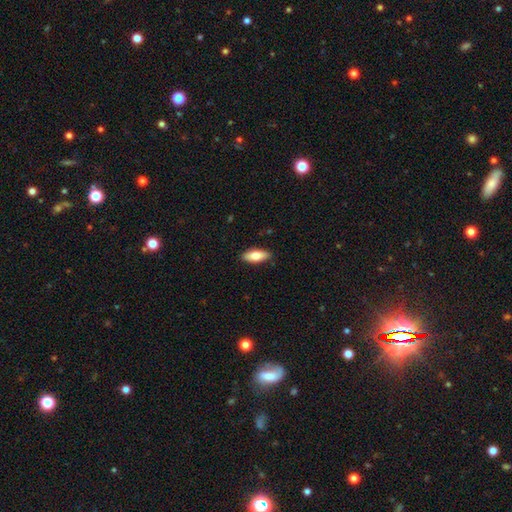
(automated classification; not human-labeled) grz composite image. It shows a smooth galaxy with no disk features (77%) that is in between round and cigar-shaped (76%). Merging: none (89%).